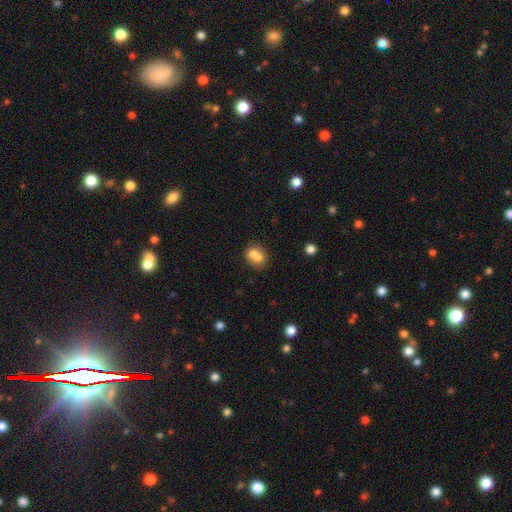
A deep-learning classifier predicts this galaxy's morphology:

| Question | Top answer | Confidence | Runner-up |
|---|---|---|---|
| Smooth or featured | smooth | 71% | featured or disk (19%) |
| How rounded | round | 52% | in between (47%) |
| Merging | merger | 50% | none (35%) |